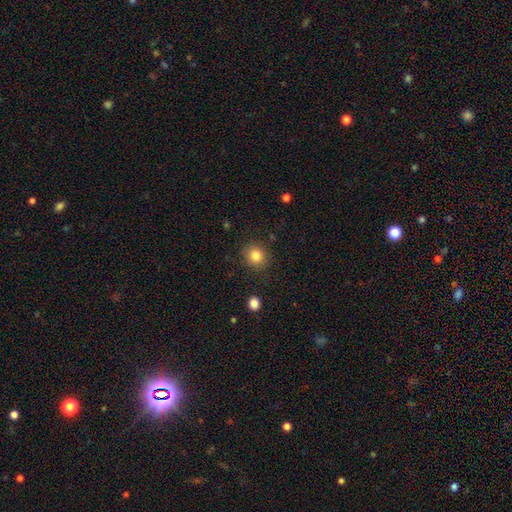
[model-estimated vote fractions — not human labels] smooth_or_featured: smooth (p=0.83) [alt: star or artifact p=0.11]
how_rounded: round (p=0.89) [alt: in between p=0.10]
merging: none (p=0.88) [alt: minor disturbance p=0.07]